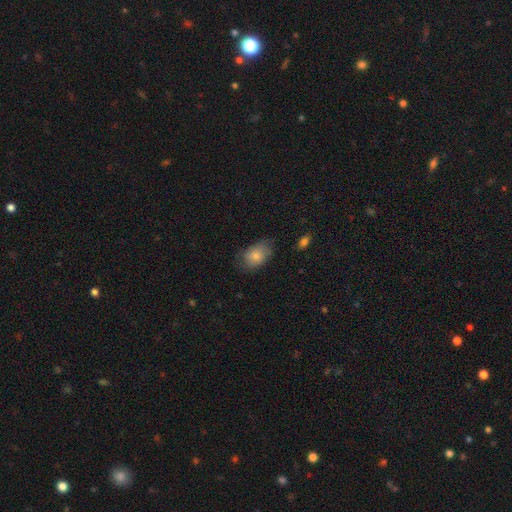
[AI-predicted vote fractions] Smooth or featured?
  - smooth: 77% *
  - featured or disk: 15%
  - star or artifact: 7%
How rounded?
  - in between: 81% *
  - round: 18%
  - cigar-shaped: 1%
Merging?
  - none: 64% *
  - minor disturbance: 27%
  - major disturbance: 8%
  - merger: 1%